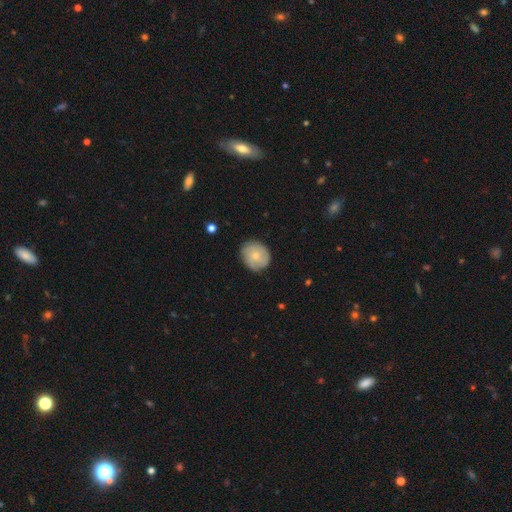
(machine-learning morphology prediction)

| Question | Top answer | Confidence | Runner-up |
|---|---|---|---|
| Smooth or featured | smooth | 59% | featured or disk (34%) |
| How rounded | round | 72% | in between (27%) |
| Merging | none | 80% | minor disturbance (15%) |